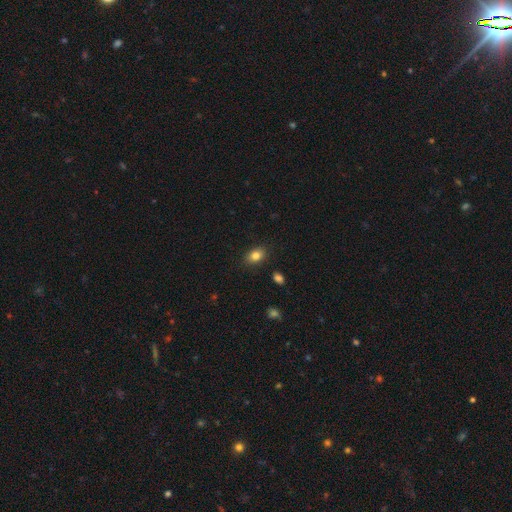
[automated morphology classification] This is clearly a smooth galaxy (83%). How rounded: likely in between (76%). Merging: clearly none (86%).